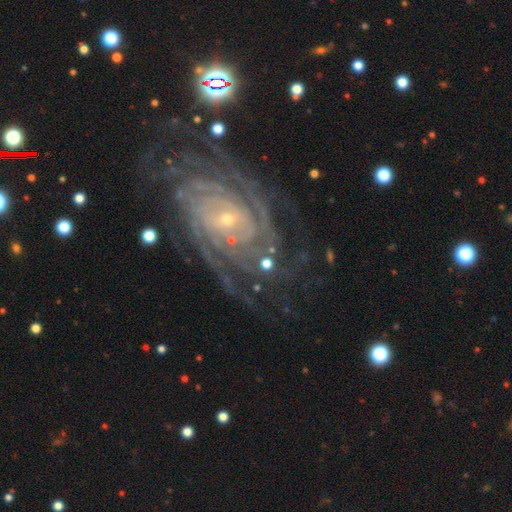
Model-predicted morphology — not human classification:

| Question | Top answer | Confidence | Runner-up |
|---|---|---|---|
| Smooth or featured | featured or disk | 88% | star or artifact (7%) |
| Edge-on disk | no | 96% | yes (4%) |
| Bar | no | 59% | weak (29%) |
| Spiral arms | yes | 97% | no (3%) |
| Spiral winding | tight | 76% | medium (20%) |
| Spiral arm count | can't tell | 29% | 4 (18%) |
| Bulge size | small | 81% | moderate (14%) |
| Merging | none | 72% | minor disturbance (17%) |